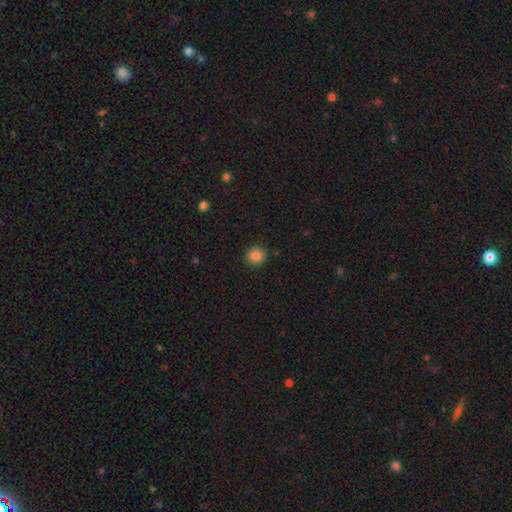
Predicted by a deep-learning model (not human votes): Q: Smooth or featured?
A: smooth (86%); runner-up: star or artifact (10%)
Q: How rounded?
A: round (89%); runner-up: in between (10%)
Q: Merging?
A: none (89%); runner-up: minor disturbance (8%)